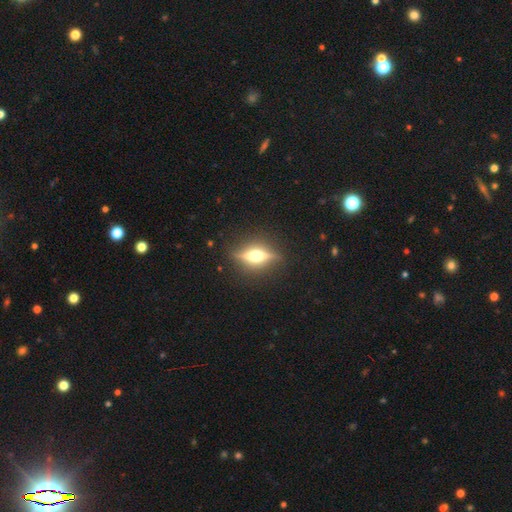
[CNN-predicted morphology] The model was most divided on "smooth or featured": featured or disk: 77%, smooth: 16%, star or artifact: 7%. More confident: edge-on bulge — rounded (94%); edge-on disk — yes (92%); merging — none (85%).